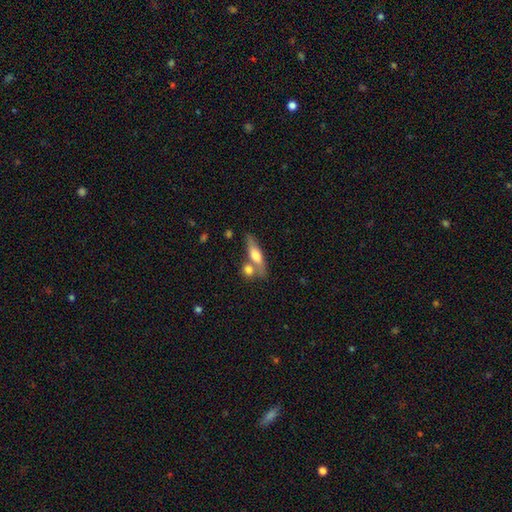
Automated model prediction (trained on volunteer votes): smooth_or_featured: smooth (p=0.51) [alt: featured or disk p=0.42]
how_rounded: cigar-shaped (p=0.59) [alt: in between p=0.36]
merging: none (p=0.55) [alt: merger p=0.29]